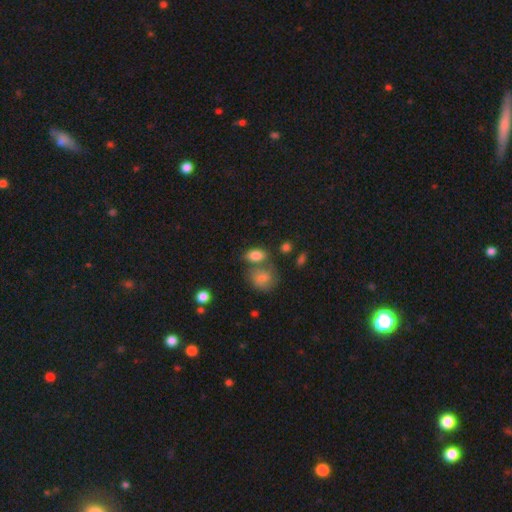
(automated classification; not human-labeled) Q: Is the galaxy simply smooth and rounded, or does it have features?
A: smooth — 83%.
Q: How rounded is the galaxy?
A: in between — 84%.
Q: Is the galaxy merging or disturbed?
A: none — 54%.